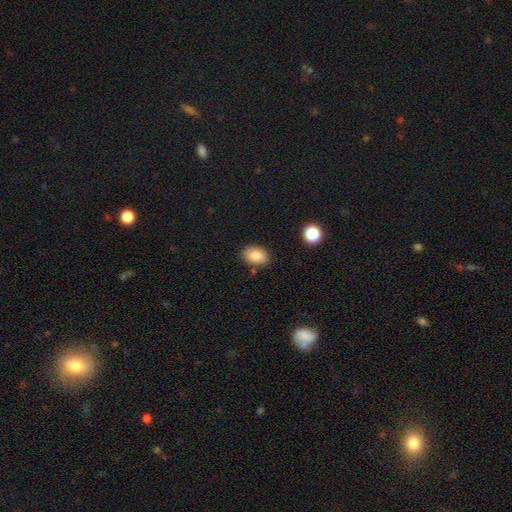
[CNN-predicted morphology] Smooth or featured? smooth (84%)
How rounded? in between (84%)
Merging? none (83%)